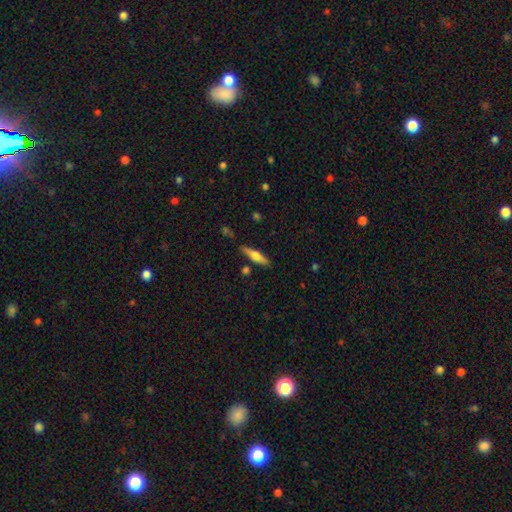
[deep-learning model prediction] This is possibly a smooth galaxy (53%). How rounded: likely cigar-shaped (71%). Merging: clearly none (80%).